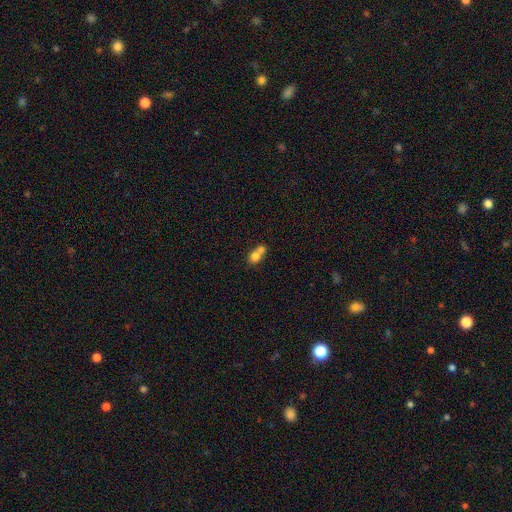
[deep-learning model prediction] Smooth or featured: smooth — 74% (featured or disk — 16%)
How rounded: round — 62% (in between — 37%)
Merging: merger — 66% (none — 25%)